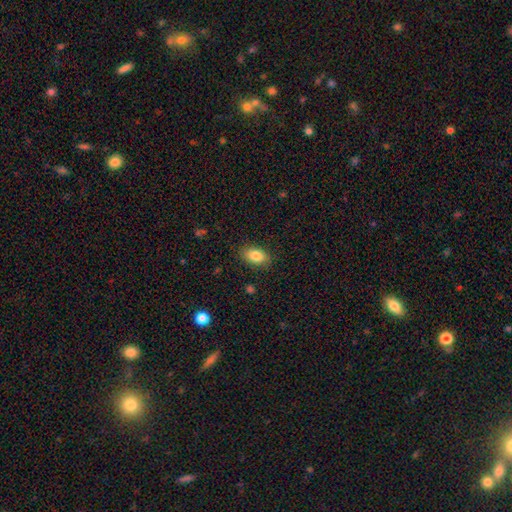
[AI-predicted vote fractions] Smooth or featured? smooth (84%)
How rounded? in between (90%)
Merging? none (86%)